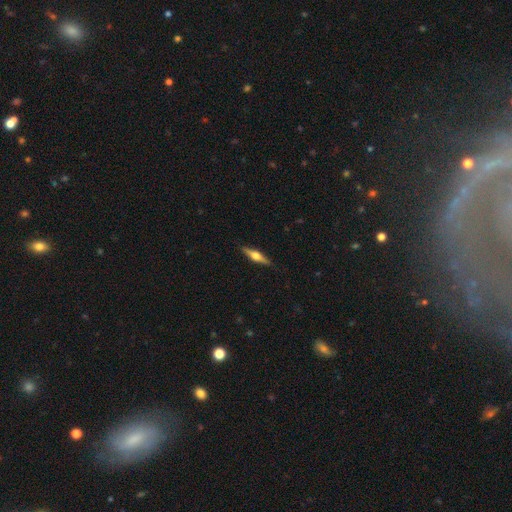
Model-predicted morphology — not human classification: smooth_or_featured: featured or disk (p=0.69) [alt: smooth p=0.25]
disk_edge_on: yes (p=0.97) [alt: no p=0.03]
edge_on_bulge: rounded (p=0.94) [alt: boxy p=0.05]
merging: none (p=0.90) [alt: minor disturbance p=0.07]